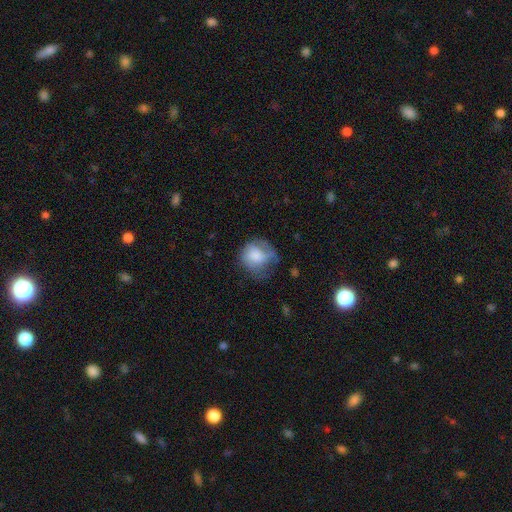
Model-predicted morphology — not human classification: Smooth or featured? Predicted: smooth (p=0.68). How rounded? Predicted: round (p=0.74). Merging? Predicted: none (p=0.38).